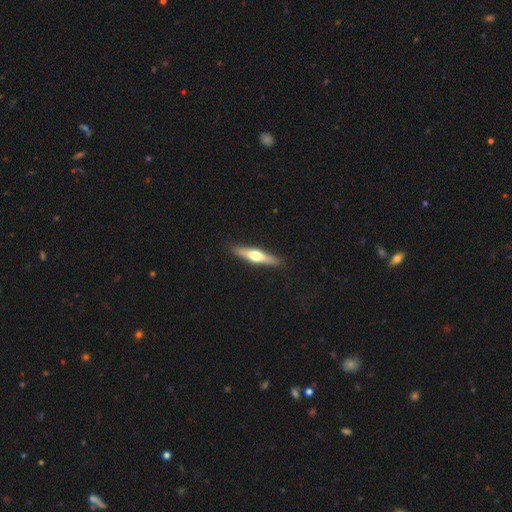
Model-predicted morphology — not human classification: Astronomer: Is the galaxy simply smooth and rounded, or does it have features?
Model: featured or disk — 59% (runner-up: smooth, 36%).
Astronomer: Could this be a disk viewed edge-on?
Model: yes — 95%.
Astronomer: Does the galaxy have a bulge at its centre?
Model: rounded — 94%.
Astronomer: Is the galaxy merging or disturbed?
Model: none — 91%.